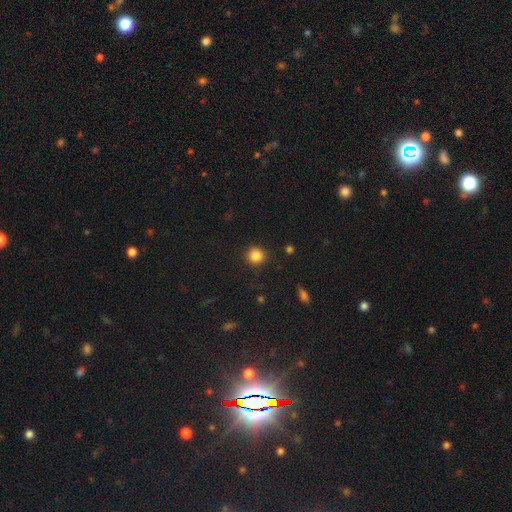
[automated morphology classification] smooth-or-featured: smooth: 85% | star or artifact: 11% | featured or disk: 4%
  how-rounded: round: 93% | in between: 6% | cigar-shaped: 1%
  merging: none: 90% | minor disturbance: 7% | major disturbance: 2% | merger: 1%